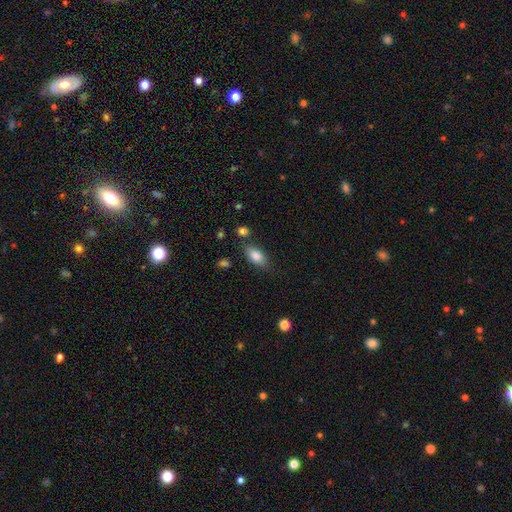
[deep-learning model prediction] A smooth galaxy with no disk features (84%) that is in between round and cigar-shaped (88%).

Vote fractions:
- Smooth or featured? smooth: 84% / featured or disk: 9% / star or artifact: 7%
- How rounded? in between: 88% / cigar-shaped: 8% / round: 5%
- Merging? none: 76% / minor disturbance: 15% / merger: 5% / major disturbance: 4%